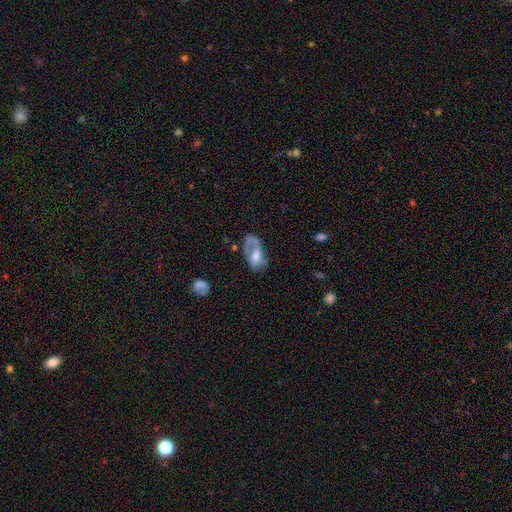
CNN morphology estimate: smooth_or_featured: featured or disk (p=0.58) [alt: smooth p=0.34]
disk_edge_on: no (p=0.93) [alt: yes p=0.07]
bar: no (p=0.51) [alt: weak p=0.38]
has_spiral_arms: yes (p=0.68) [alt: no p=0.32]
bulge_size: moderate (p=0.49) [alt: large p=0.22]
merging: none (p=0.43) [alt: major disturbance p=0.27]